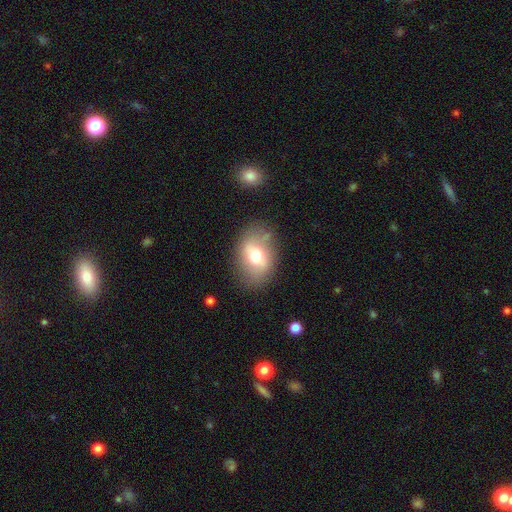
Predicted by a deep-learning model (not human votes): Smooth or featured? Predicted: smooth (p=0.63). How rounded? Predicted: in between (p=0.77). Merging? Predicted: none (p=0.74).